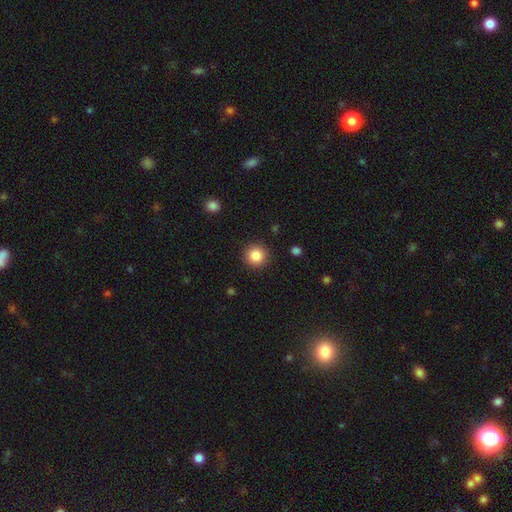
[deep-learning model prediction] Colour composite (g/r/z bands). It shows a smooth galaxy with no disk features (86%) that is round (95%). Merging: none (91%).